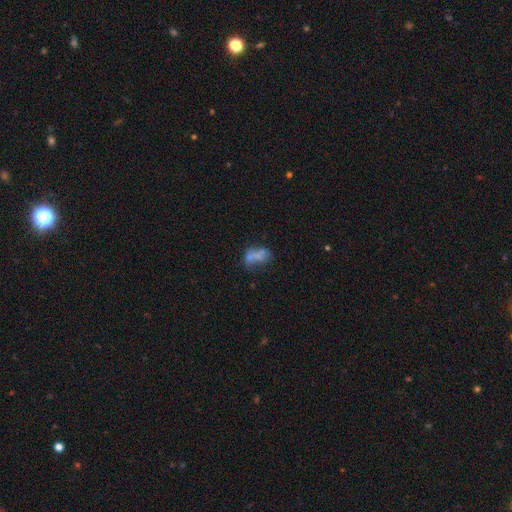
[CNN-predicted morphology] type=smooth (52%); roundness=in between (78%); merging=merger (39%).